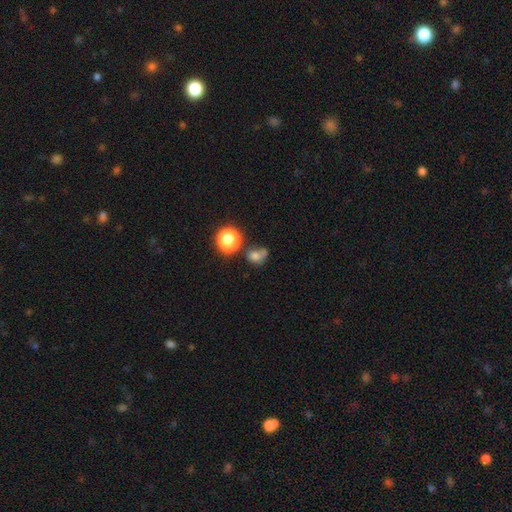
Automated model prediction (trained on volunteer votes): smooth-or-featured: smooth: 70% | star or artifact: 18% | featured or disk: 12%
  how-rounded: round: 67% | in between: 31% | cigar-shaped: 1%
  merging: none: 38% | merger: 32% | minor disturbance: 17% | major disturbance: 14%